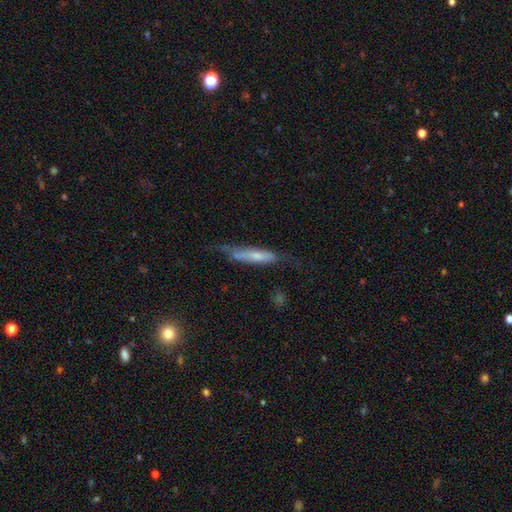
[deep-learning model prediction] Smooth or featured?
  - smooth: 49% *
  - featured or disk: 44%
  - star or artifact: 7%
Merging?
  - none: 51% *
  - minor disturbance: 29%
  - major disturbance: 16%
  - merger: 3%